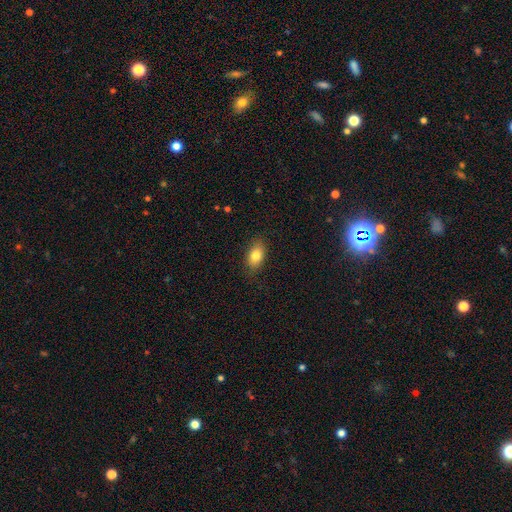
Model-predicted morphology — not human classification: A smooth galaxy with no disk features (82%) that is in between round and cigar-shaped (87%).

Vote fractions:
- Smooth or featured? smooth: 82% / featured or disk: 10% / star or artifact: 8%
- How rounded? in between: 87% / round: 9% / cigar-shaped: 3%
- Merging? none: 85% / minor disturbance: 12% / major disturbance: 3% / merger: 1%